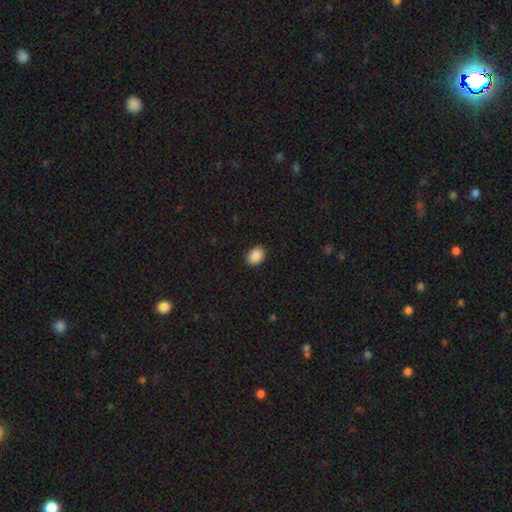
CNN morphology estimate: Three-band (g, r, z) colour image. It shows a smooth galaxy with no disk features (90%) that is in between round and cigar-shaped (69%). Merging: none (90%).